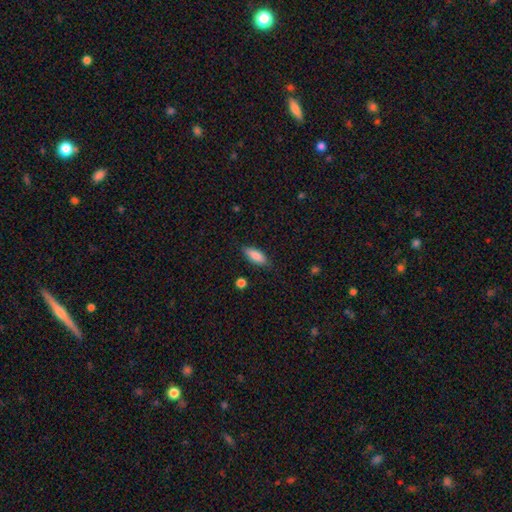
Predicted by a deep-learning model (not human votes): Morphology: type=smooth (85%); roundness=in between (75%); merging=none (83%).